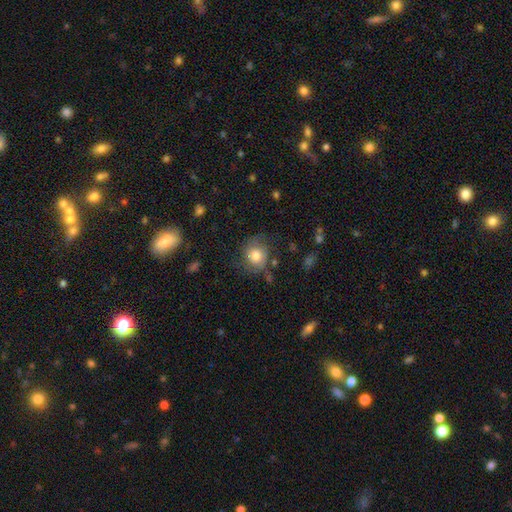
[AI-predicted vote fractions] smooth_or_featured: smooth (p=0.68) [alt: featured or disk p=0.23]
how_rounded: round (p=0.79) [alt: in between p=0.20]
merging: none (p=0.60) [alt: minor disturbance p=0.24]